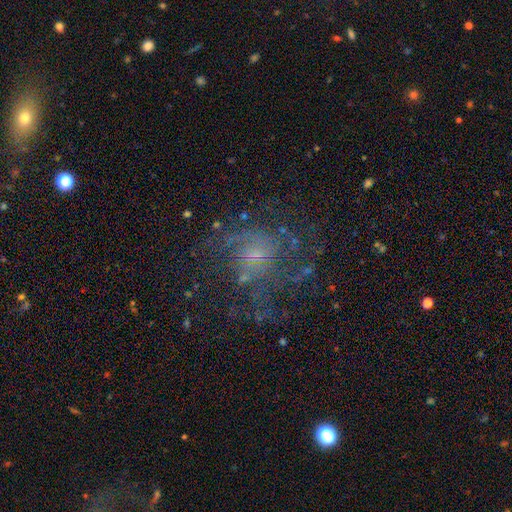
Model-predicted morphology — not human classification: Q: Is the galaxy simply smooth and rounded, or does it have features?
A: featured or disk — 71%.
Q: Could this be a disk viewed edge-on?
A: no — 97%.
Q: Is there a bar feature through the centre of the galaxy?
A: no — 69%.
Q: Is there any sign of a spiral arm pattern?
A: yes — 82%.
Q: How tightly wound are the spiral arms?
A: medium — 46%.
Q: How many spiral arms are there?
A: can't tell — 40%.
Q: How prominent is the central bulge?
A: small — 57%.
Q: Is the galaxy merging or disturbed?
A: none — 60%.